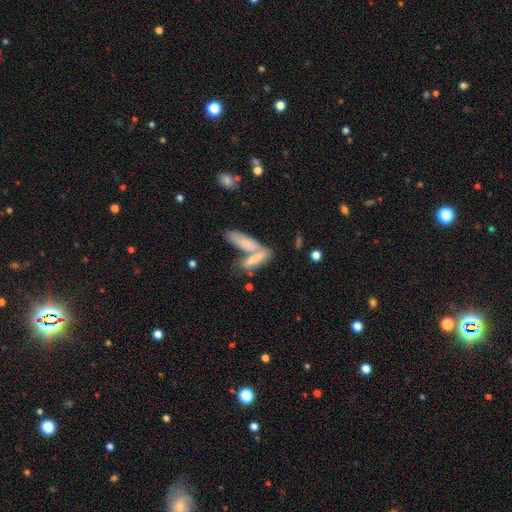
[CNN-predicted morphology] A smooth galaxy with no disk features (71%) that is cigar-shaped (58%). Merging: merger (55%).